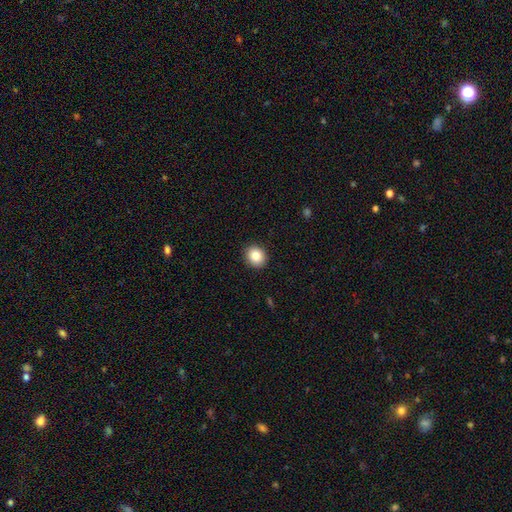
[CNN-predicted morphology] Smooth or featured?
  - smooth: 84% *
  - star or artifact: 9%
  - featured or disk: 7%
How rounded?
  - round: 77% *
  - in between: 22%
  - cigar-shaped: 1%
Merging?
  - none: 91% *
  - minor disturbance: 6%
  - major disturbance: 2%
  - merger: 1%